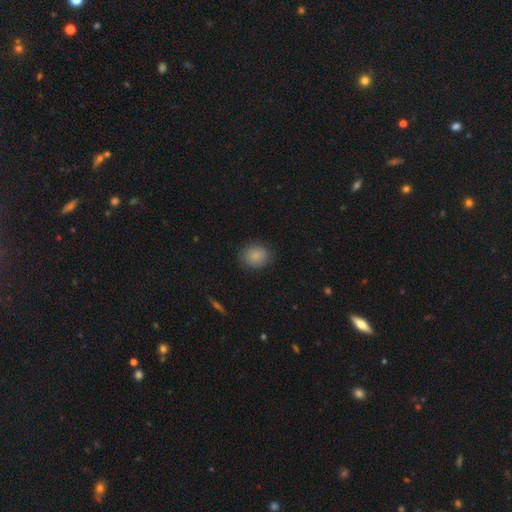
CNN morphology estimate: A smooth galaxy with no disk features (85%) that is round (71%). Merging: none (84%).